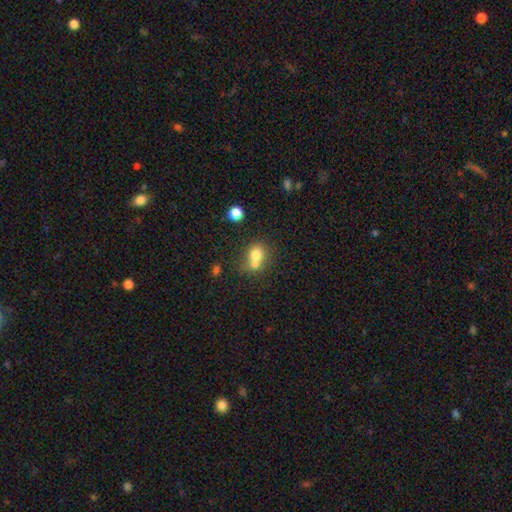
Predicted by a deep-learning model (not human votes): A smooth galaxy with no disk features (73%) that is round (73%).

Vote fractions:
- Smooth or featured? smooth: 73% / featured or disk: 15% / star or artifact: 12%
- How rounded? round: 73% / in between: 26% / cigar-shaped: 1%
- Merging? merger: 58% / none: 31% / minor disturbance: 7% / major disturbance: 3%